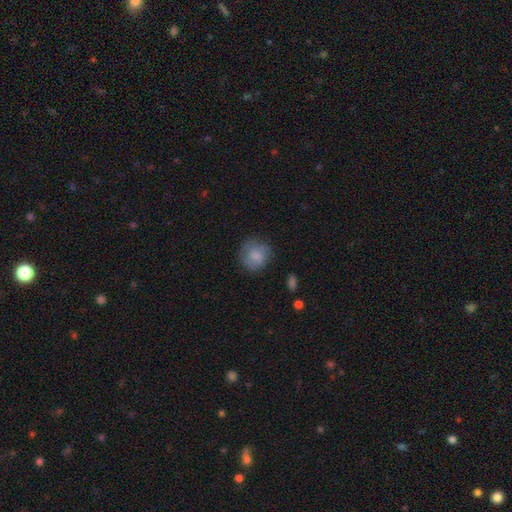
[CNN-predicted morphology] Smooth or featured? Predicted: smooth (p=0.75). How rounded? Predicted: round (p=0.85). Merging? Predicted: none (p=0.72).